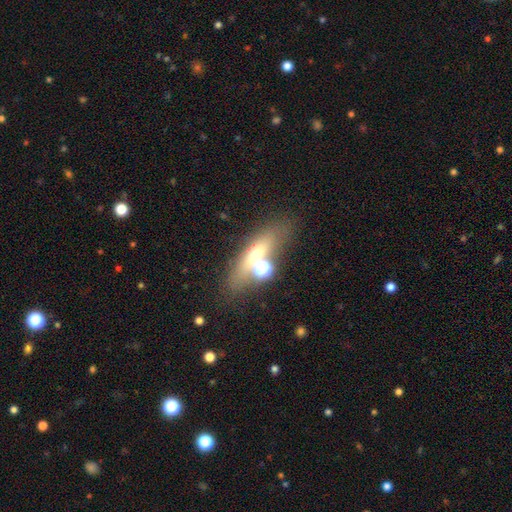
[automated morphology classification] A smooth galaxy with no disk features (44%).

Vote fractions:
- Smooth or featured? smooth: 44% / featured or disk: 34% / star or artifact: 22%
- Merging? none: 66% / merger: 15% / minor disturbance: 11% / major disturbance: 7%